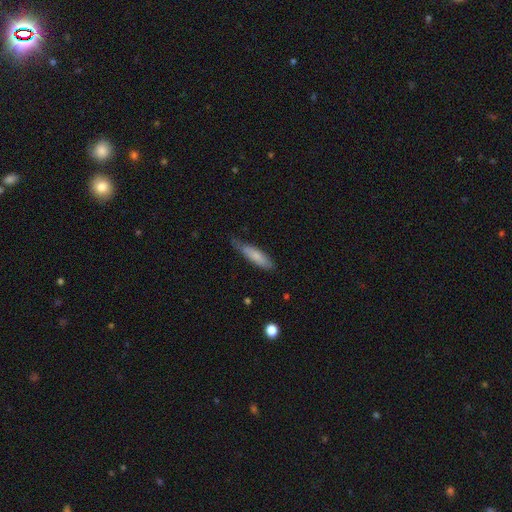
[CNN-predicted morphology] Smooth or featured?
  - smooth: 75% *
  - featured or disk: 19%
  - star or artifact: 6%
How rounded?
  - cigar-shaped: 65% *
  - in between: 34%
  - round: 1%
Merging?
  - none: 55% *
  - minor disturbance: 35%
  - major disturbance: 8%
  - merger: 2%